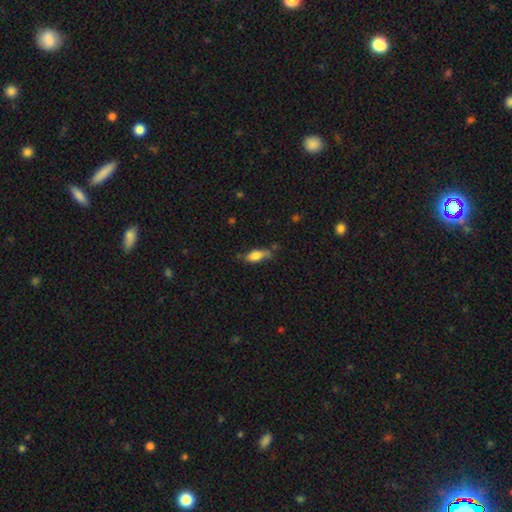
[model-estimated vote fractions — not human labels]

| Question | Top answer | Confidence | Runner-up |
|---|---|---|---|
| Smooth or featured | smooth | 75% | featured or disk (17%) |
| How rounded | in between | 78% | cigar-shaped (19%) |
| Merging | none | 57% | minor disturbance (31%) |